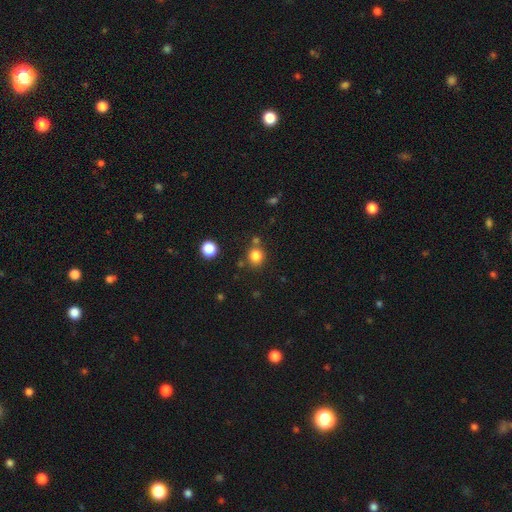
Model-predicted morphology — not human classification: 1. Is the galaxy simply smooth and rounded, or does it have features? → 82% smooth, 13% star or artifact, 5% featured or disk.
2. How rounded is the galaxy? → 84% round, 15% in between, 1% cigar-shaped.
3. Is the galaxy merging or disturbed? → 76% none, 11% merger, 10% minor disturbance, 3% major disturbance.